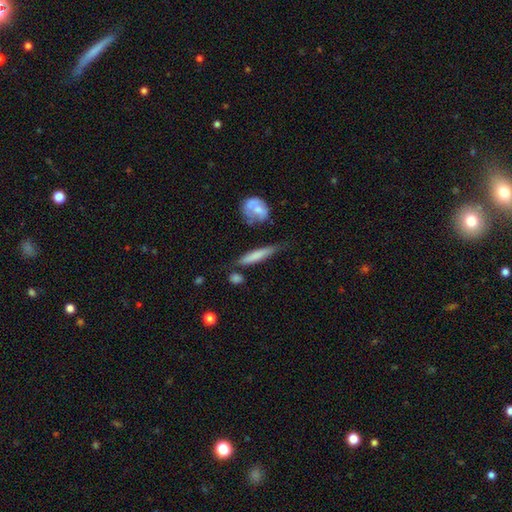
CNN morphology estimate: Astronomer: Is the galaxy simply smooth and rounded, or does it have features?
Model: smooth — 70%.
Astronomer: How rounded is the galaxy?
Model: cigar-shaped — 87%.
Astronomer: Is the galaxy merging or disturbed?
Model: none — 64%.